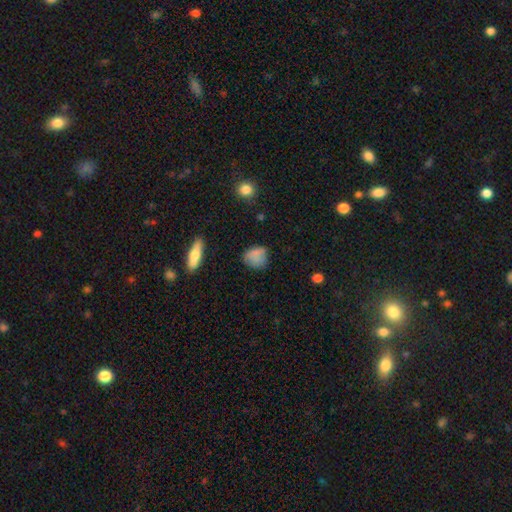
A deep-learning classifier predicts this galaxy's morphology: This appears to be a smooth galaxy with no disk features (78%) that is round (54%). Merging: none (66%).